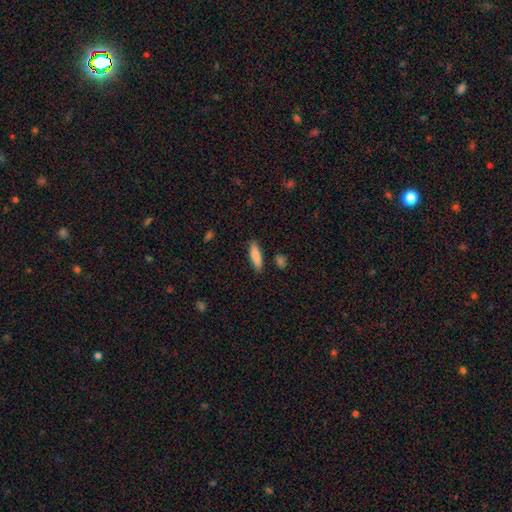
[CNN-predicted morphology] Smooth or featured? Predicted: smooth (p=0.85). How rounded? Predicted: cigar-shaped (p=0.53). Merging? Predicted: none (p=0.86).